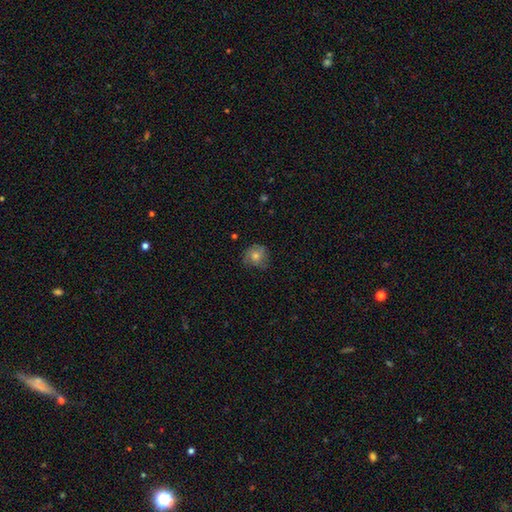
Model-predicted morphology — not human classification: type=smooth (56%); roundness=round (83%); merging=none (71%).